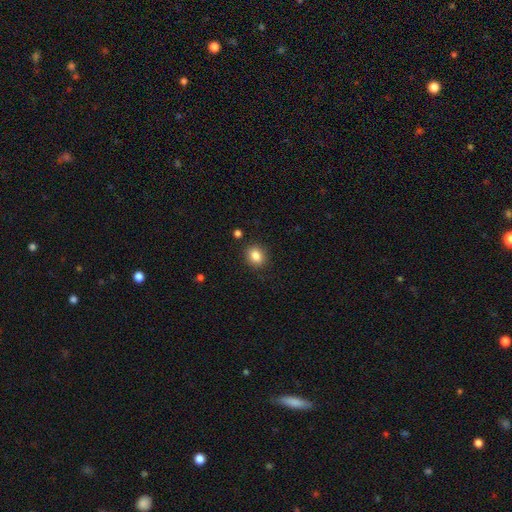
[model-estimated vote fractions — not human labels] This appears to be a smooth galaxy with no disk features (85%) that is round (66%). Merging: none (88%).